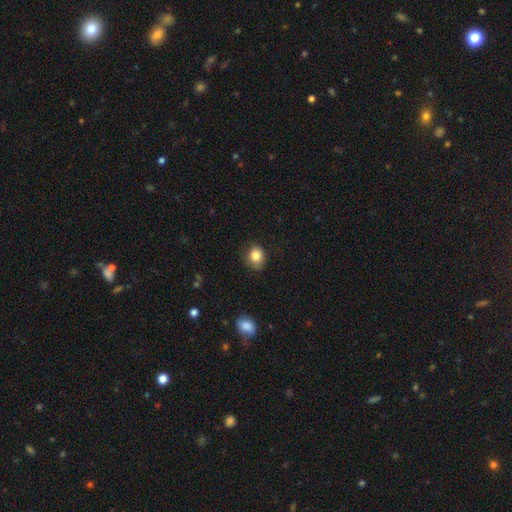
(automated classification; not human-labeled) Smooth or featured? Predicted: smooth (p=0.83). How rounded? Predicted: round (p=0.65). Merging? Predicted: none (p=0.75).